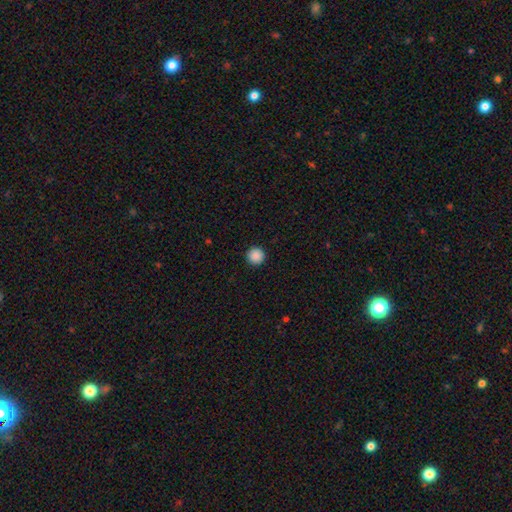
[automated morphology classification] type=smooth (89%); roundness=round (97%); merging=none (93%).